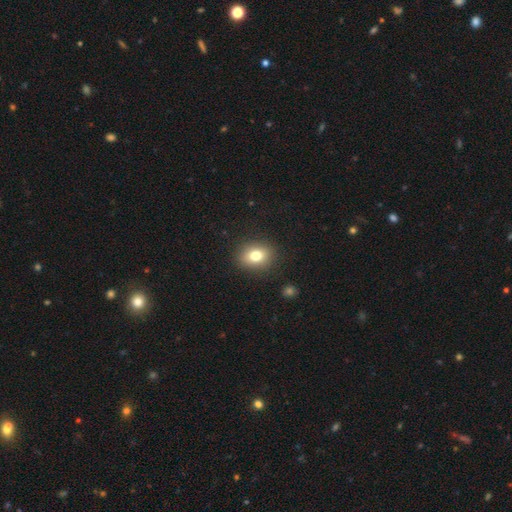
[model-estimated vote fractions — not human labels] Morphology: type=smooth (79%); roundness=in between (51%); merging=none (88%).